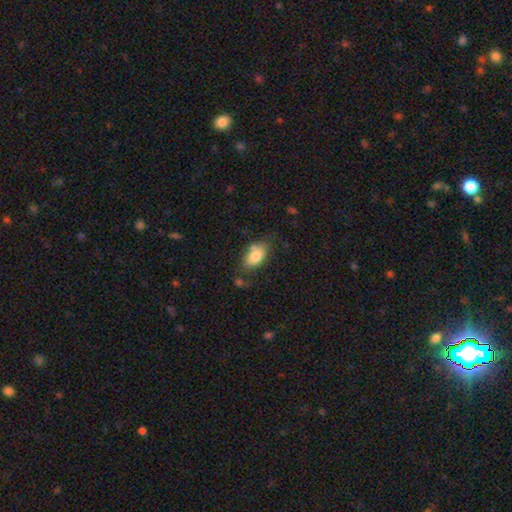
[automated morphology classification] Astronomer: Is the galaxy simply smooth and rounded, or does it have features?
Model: smooth — 79%.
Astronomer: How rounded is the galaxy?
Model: in between — 91%.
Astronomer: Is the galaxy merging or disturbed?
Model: none — 64%.